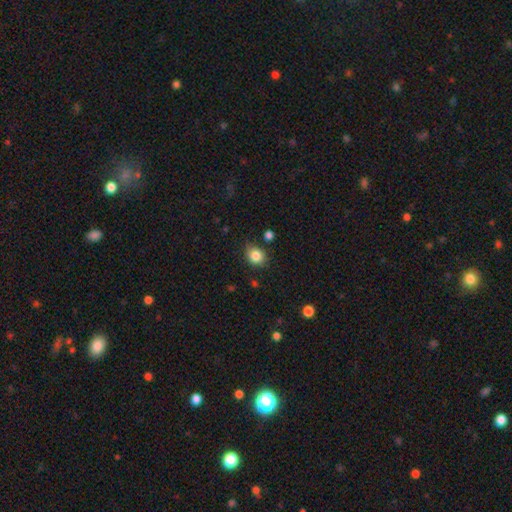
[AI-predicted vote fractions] Morphology: type=smooth (82%); roundness=round (61%); merging=none (75%).